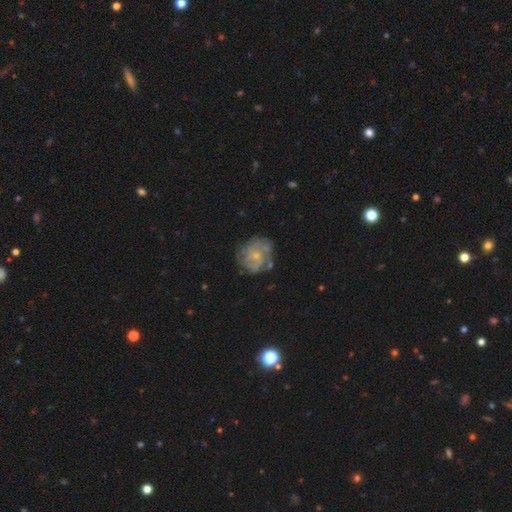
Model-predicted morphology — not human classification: type=featured or disk (72%); edge-on=no (98%); bar=no (76%); spiral arms=yes (84%); winding=tight (54%); arm count=can't tell (42%); bulge=small (71%); merging=none (64%).